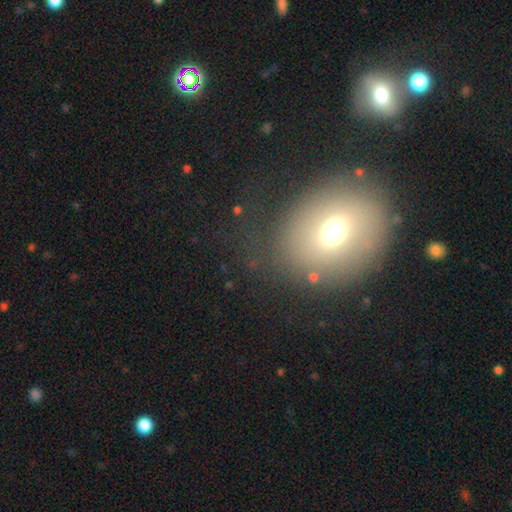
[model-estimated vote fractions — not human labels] This appears to be a smooth galaxy with no disk features (61%) that is round (56%). Merging: none (71%).